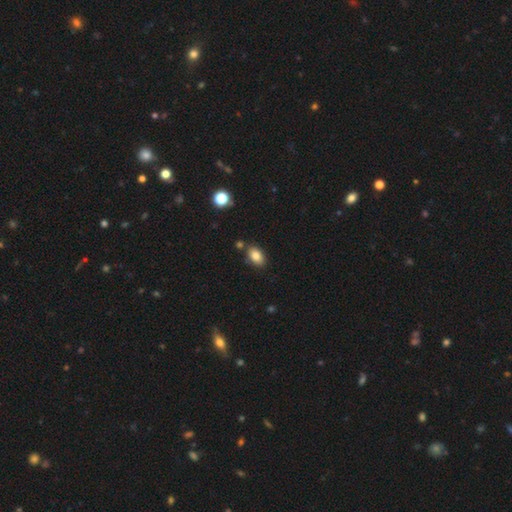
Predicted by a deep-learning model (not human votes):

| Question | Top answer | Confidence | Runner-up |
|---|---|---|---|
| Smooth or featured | smooth | 84% | star or artifact (9%) |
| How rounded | in between | 89% | round (9%) |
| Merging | none | 78% | minor disturbance (12%) |